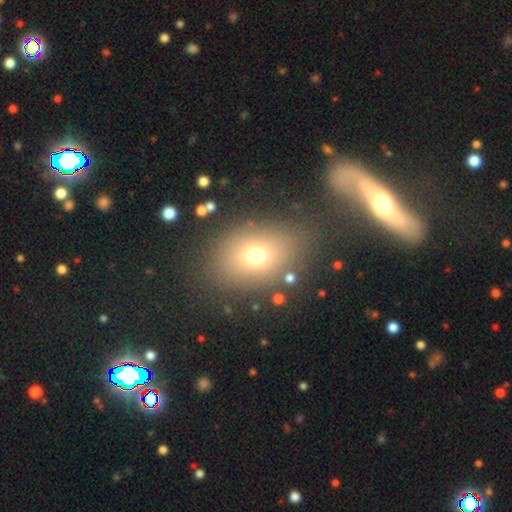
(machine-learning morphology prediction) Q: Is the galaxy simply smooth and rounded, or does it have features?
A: smooth — 69%.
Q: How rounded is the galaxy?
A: in between — 64%.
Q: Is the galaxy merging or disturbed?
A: none — 72%.